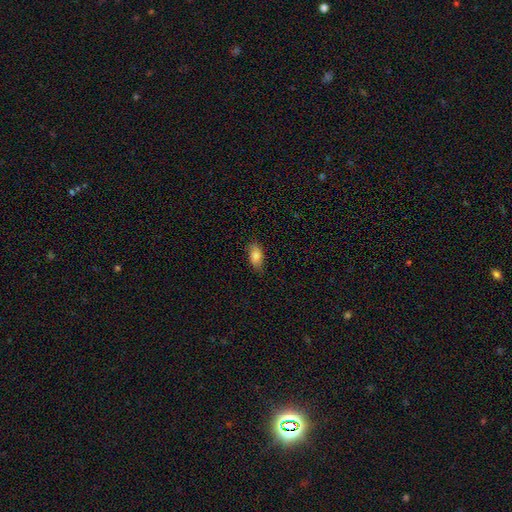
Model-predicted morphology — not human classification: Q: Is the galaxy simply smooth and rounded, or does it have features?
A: smooth — 83%.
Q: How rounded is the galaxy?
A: in between — 89%.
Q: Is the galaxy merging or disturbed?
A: none — 79%.